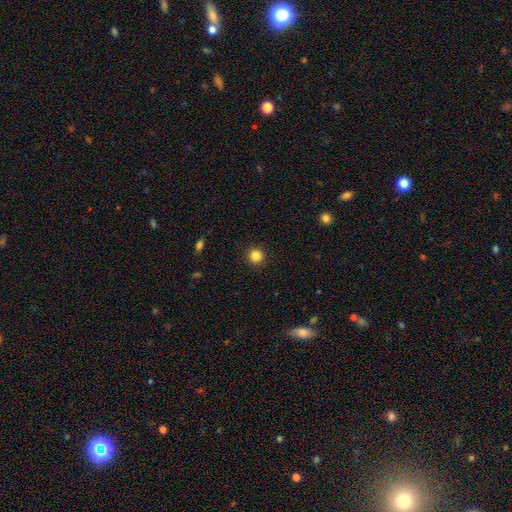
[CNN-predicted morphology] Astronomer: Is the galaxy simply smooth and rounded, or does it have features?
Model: smooth — 85%.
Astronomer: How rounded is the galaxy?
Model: round — 94%.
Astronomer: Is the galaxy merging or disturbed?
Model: none — 92%.